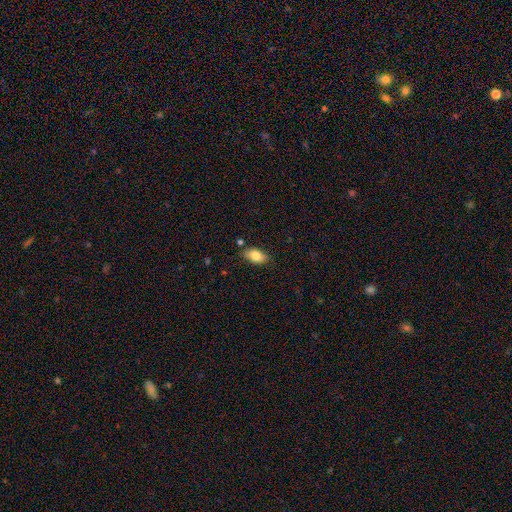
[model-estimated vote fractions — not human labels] Overall: smooth (83%). How rounded: in between (91%). Merging: none (81%).